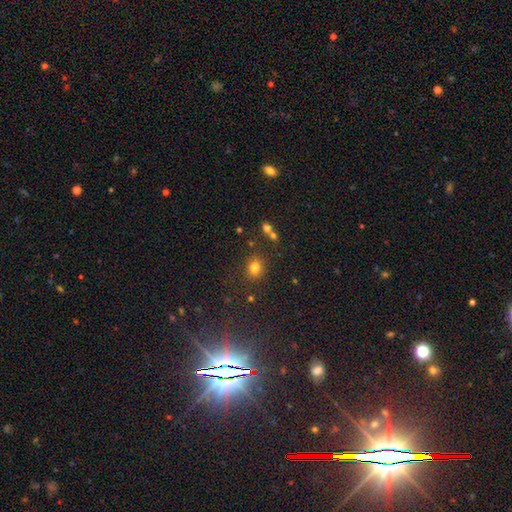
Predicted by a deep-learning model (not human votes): Smooth or featured: star or artifact — 59% (smooth — 32%)